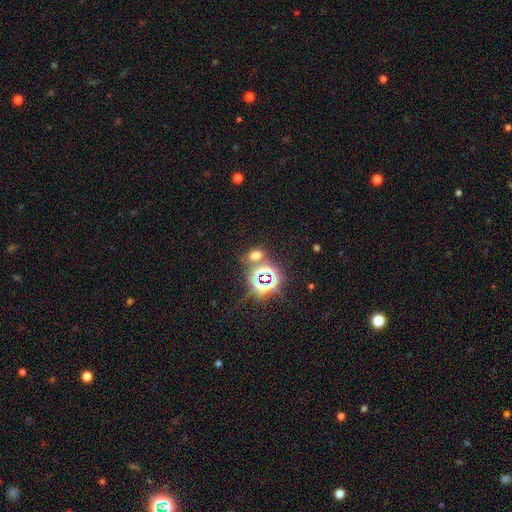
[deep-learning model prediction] A smooth galaxy with no disk features (48%). Merging: none (69%).